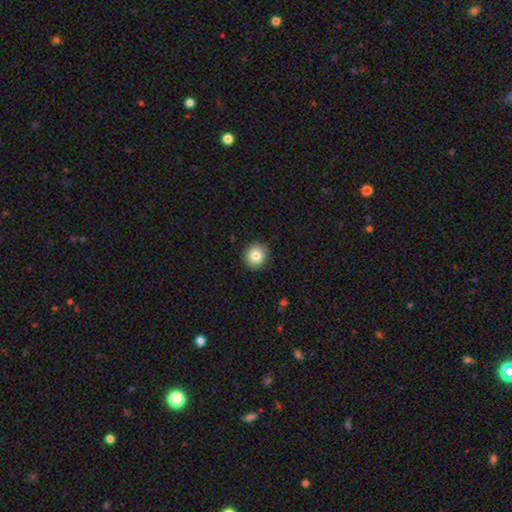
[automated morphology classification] Smooth or featured: smooth — 81% (star or artifact — 10%)
How rounded: round — 93% (in between — 7%)
Merging: none — 90% (minor disturbance — 7%)